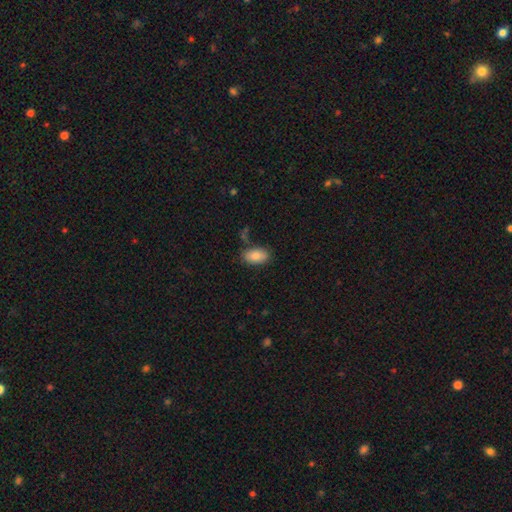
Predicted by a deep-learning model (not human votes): Smooth or featured?
  - smooth: 83% *
  - featured or disk: 9%
  - star or artifact: 7%
How rounded?
  - in between: 94% *
  - round: 4%
  - cigar-shaped: 2%
Merging?
  - none: 75% *
  - minor disturbance: 15%
  - merger: 6%
  - major disturbance: 4%